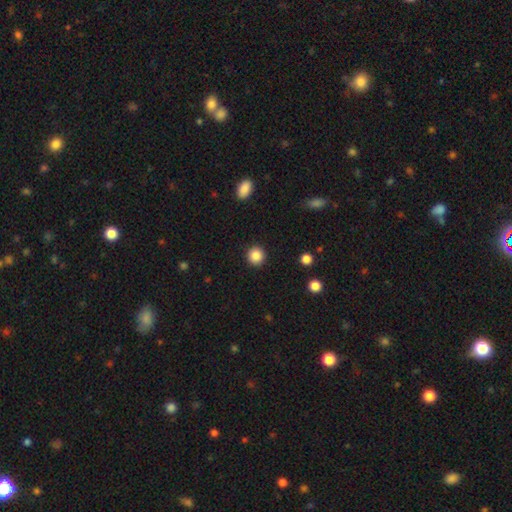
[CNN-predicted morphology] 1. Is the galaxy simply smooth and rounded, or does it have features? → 86% smooth, 10% star or artifact, 4% featured or disk.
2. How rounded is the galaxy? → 92% round, 7% in between, 1% cigar-shaped.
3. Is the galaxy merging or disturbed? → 92% none, 5% minor disturbance, 2% major disturbance, 1% merger.